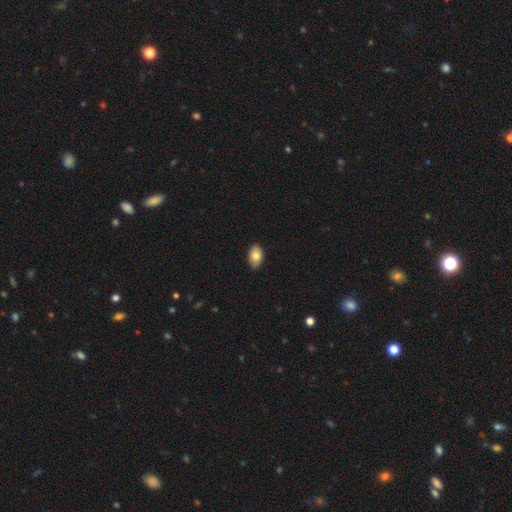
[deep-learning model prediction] This appears to be a smooth galaxy with no disk features (81%) that is in between round and cigar-shaped (92%). Merging: none (88%).